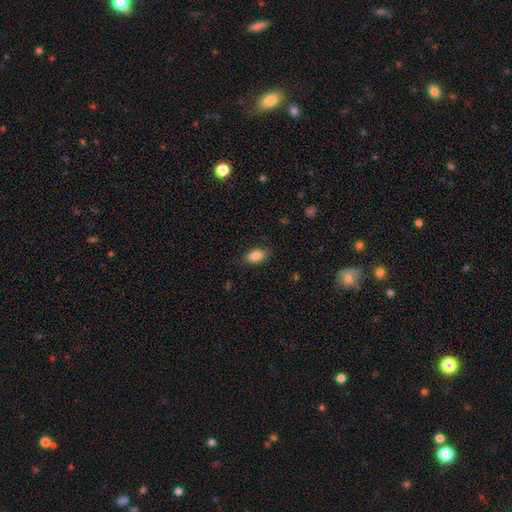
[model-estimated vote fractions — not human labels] smooth-or-featured: smooth: 84% | featured or disk: 9% | star or artifact: 8%
  how-rounded: in between: 91% | round: 6% | cigar-shaped: 4%
  merging: none: 85% | minor disturbance: 12% | major disturbance: 3% | merger: 1%